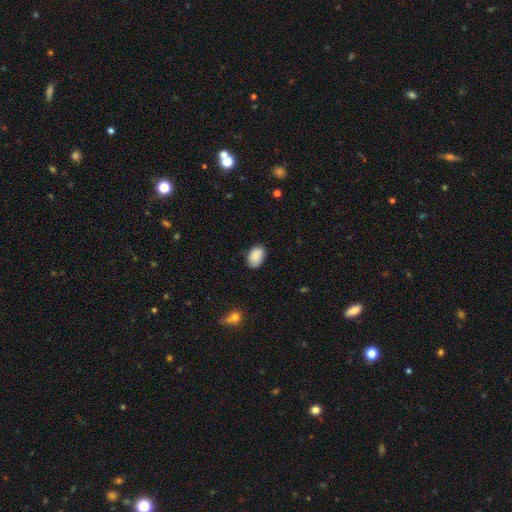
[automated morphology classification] Smooth or featured? smooth (88%)
How rounded? in between (84%)
Merging? none (81%)